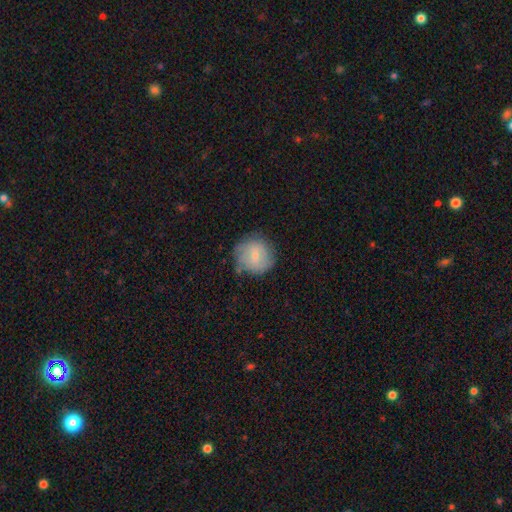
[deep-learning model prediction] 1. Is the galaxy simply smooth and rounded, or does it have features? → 66% smooth, 26% featured or disk, 8% star or artifact.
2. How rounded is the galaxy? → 90% round, 9% in between, 1% cigar-shaped.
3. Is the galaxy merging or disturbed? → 70% none, 22% minor disturbance, 6% major disturbance, 2% merger.